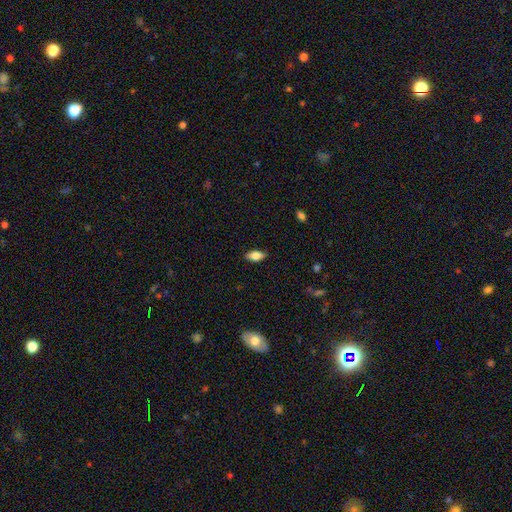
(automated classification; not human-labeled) Smooth or featured: smooth — 78% (featured or disk — 15%)
How rounded: in between — 86% (cigar-shaped — 10%)
Merging: none — 86% (minor disturbance — 11%)